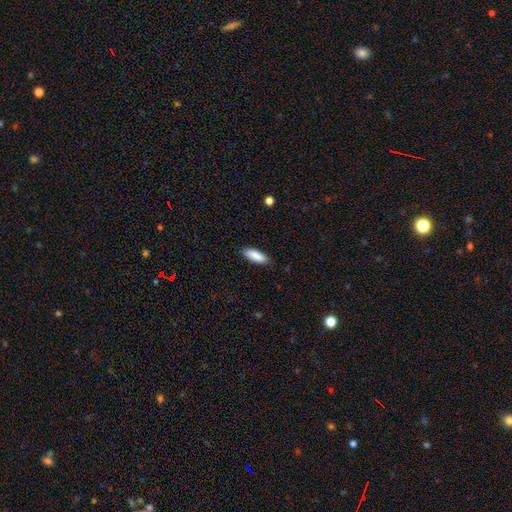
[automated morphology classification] This appears to be a smooth galaxy with no disk features (88%) that is in between round and cigar-shaped (63%). Merging: none (85%).